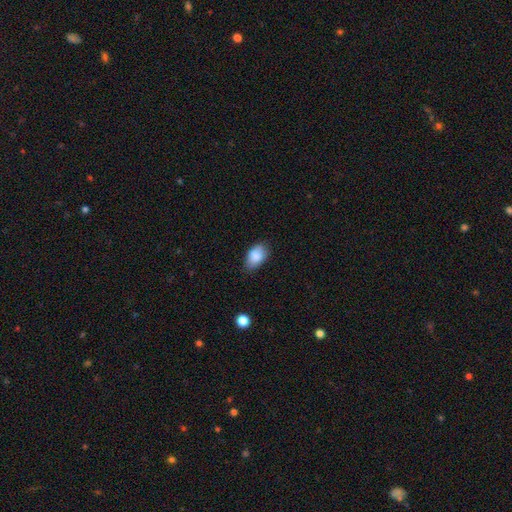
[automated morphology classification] This appears to be a smooth galaxy with no disk features (86%) that is in between round and cigar-shaped (90%). Merging: none (71%).